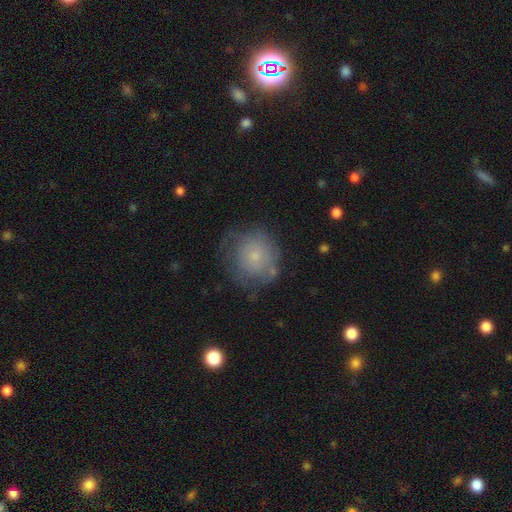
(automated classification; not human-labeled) Morphology: type=smooth (61%); roundness=round (87%); merging=none (58%).